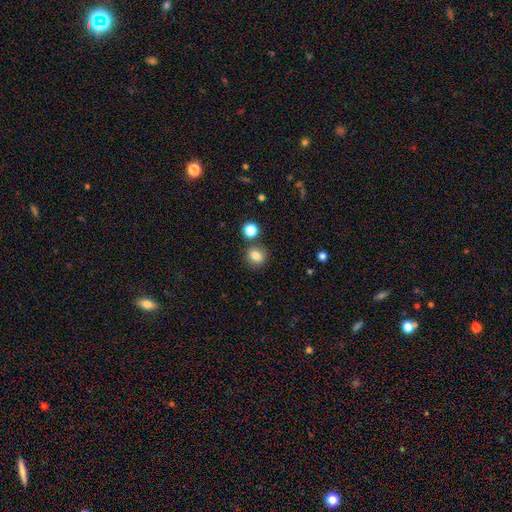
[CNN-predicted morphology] Q: Smooth or featured?
A: smooth (82%); runner-up: star or artifact (12%)
Q: How rounded?
A: round (74%); runner-up: in between (25%)
Q: Merging?
A: none (78%); runner-up: merger (10%)